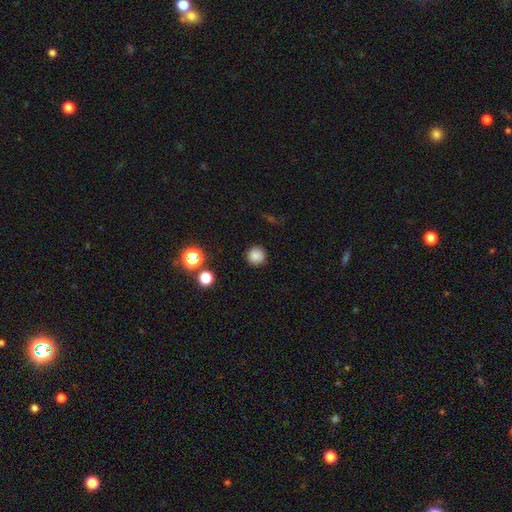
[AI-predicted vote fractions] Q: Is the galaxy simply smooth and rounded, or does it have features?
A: smooth — 84%.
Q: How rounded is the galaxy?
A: round — 95%.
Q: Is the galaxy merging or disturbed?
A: none — 90%.